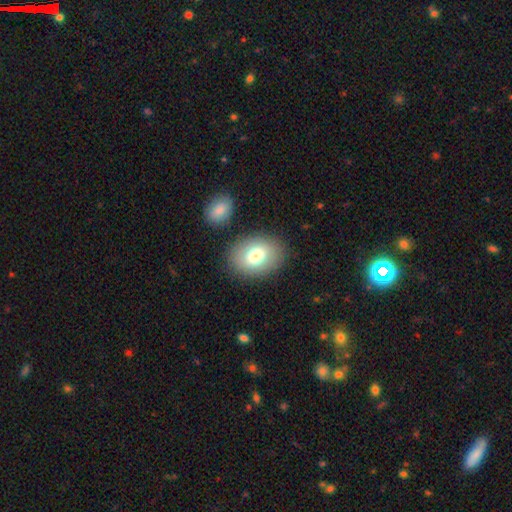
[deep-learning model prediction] Smooth or featured: smooth — 76% (featured or disk — 15%)
How rounded: in between — 75% (round — 24%)
Merging: none — 83% (minor disturbance — 10%)